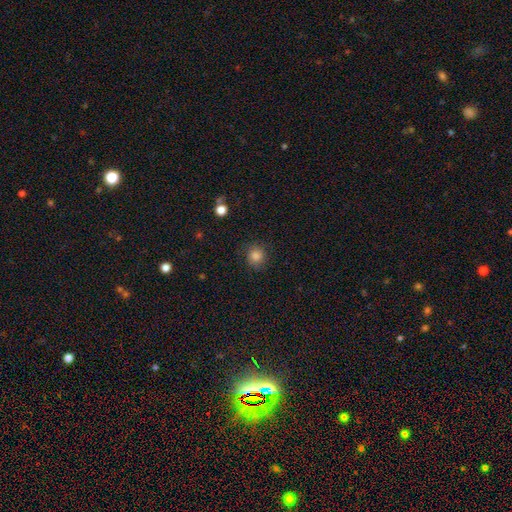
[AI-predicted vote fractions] Smooth or featured? Predicted: smooth (p=0.83). How rounded? Predicted: round (p=0.90). Merging? Predicted: none (p=0.83).